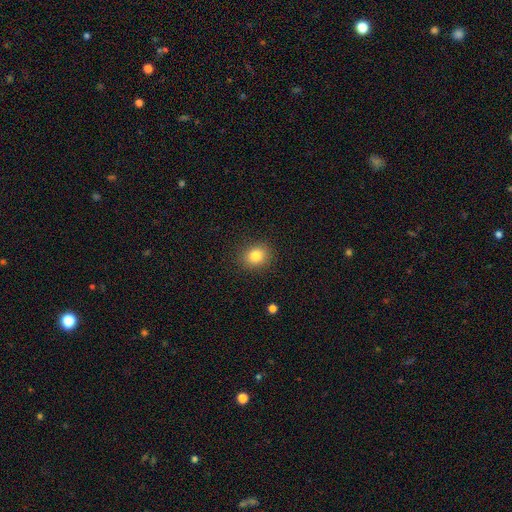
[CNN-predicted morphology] Smooth or featured?
  - smooth: 82% *
  - star or artifact: 11%
  - featured or disk: 7%
How rounded?
  - round: 70% *
  - in between: 29%
  - cigar-shaped: 1%
Merging?
  - none: 89% *
  - minor disturbance: 8%
  - major disturbance: 3%
  - merger: 1%